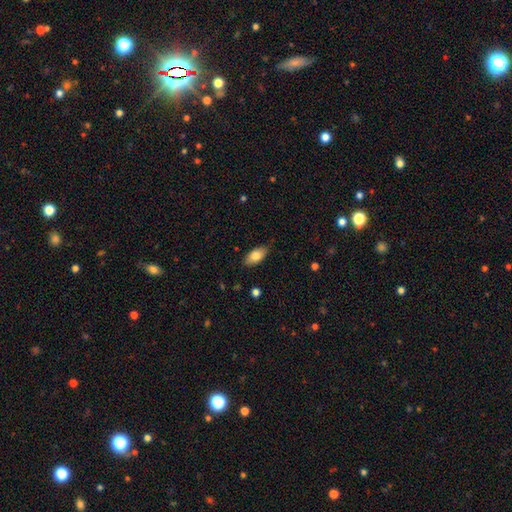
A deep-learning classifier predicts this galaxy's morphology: Smooth or featured?
  - smooth: 81% *
  - featured or disk: 13%
  - star or artifact: 7%
How rounded?
  - in between: 91% *
  - cigar-shaped: 6%
  - round: 3%
Merging?
  - none: 85% *
  - minor disturbance: 12%
  - major disturbance: 2%
  - merger: 1%